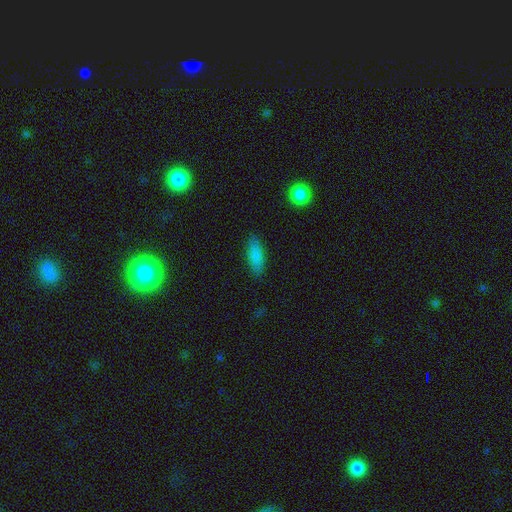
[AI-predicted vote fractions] Morphology: type=smooth (86%); roundness=in between (72%); merging=none (86%).